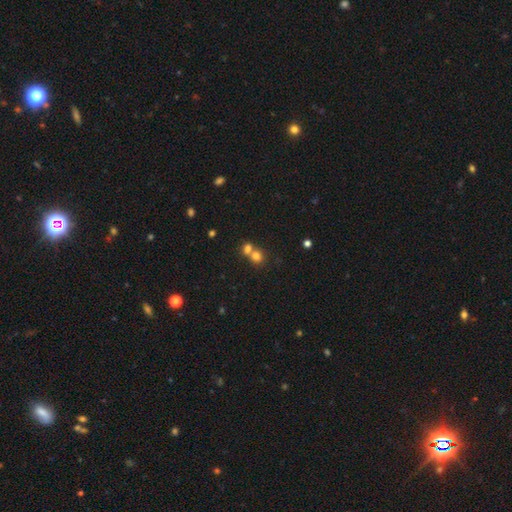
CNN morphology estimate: This appears to be a smooth galaxy with no disk features (76%) that is round (81%). Merging: merger (54%).